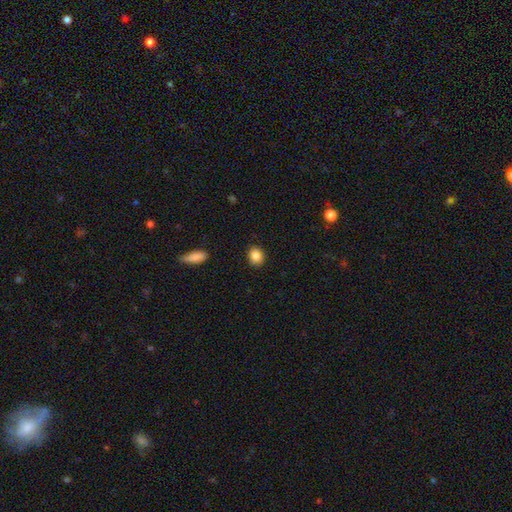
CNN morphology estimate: type=smooth (86%); roundness=round (66%); merging=none (90%).